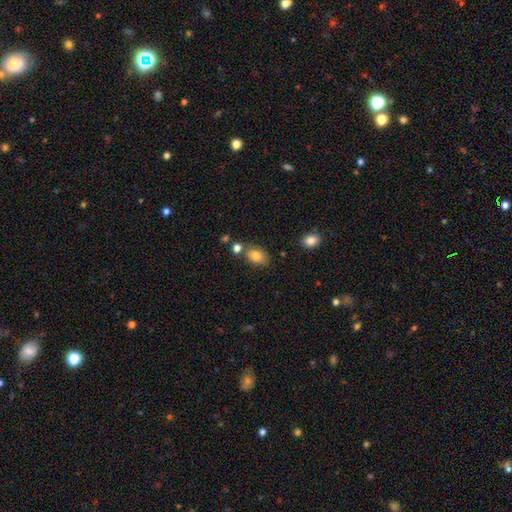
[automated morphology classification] smooth 81%, featured or disk 10%, star or artifact 9%. Down the decision tree: how rounded — in between (78%); merging — none (67%).